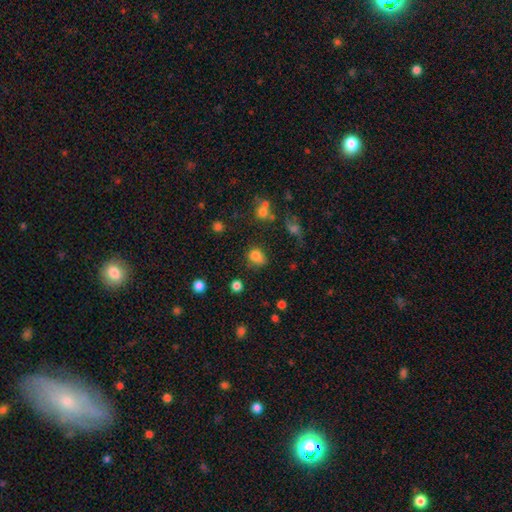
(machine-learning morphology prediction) Overall: smooth (78%). How rounded: round (53%; in between 46%). Merging: none (65%).